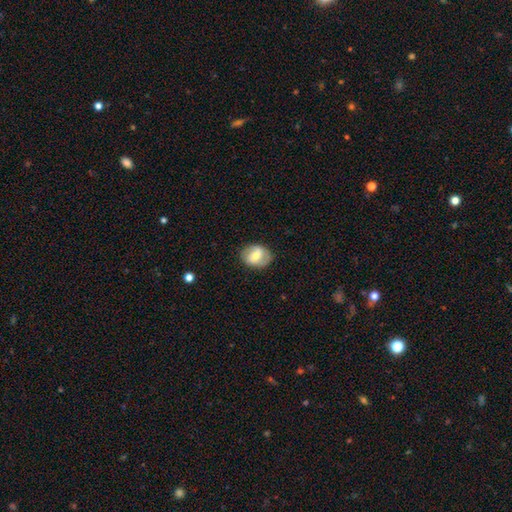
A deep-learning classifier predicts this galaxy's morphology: This appears to be a featured or disk galaxy (53%) with a weak bar (44%), spiral arms (75%) and a moderate central bulge (60%). Merging: none (79%).